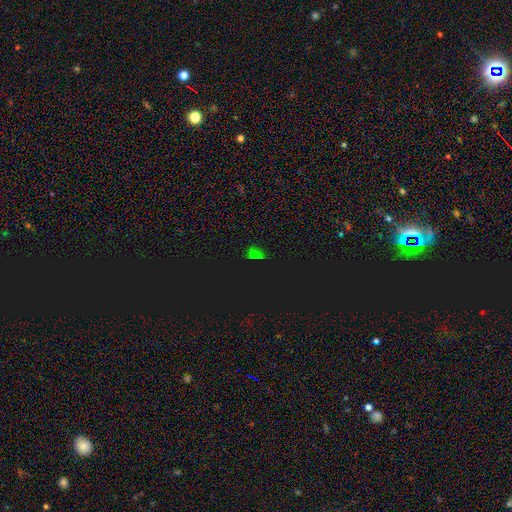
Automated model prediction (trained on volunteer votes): This appears to be a star or artifact, not a galaxy (61%).